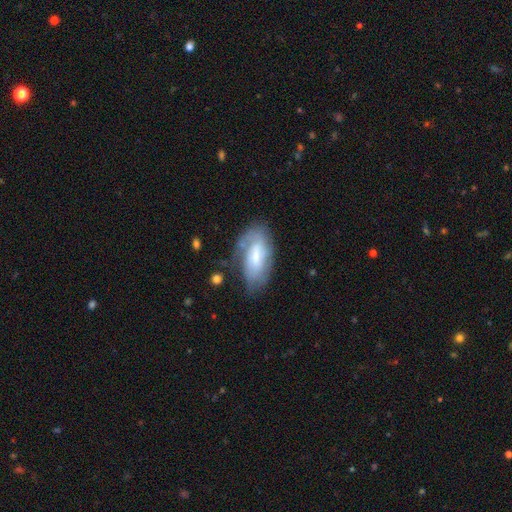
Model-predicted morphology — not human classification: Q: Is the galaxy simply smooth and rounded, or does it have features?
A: featured or disk — 53%.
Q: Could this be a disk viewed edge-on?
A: no — 90%.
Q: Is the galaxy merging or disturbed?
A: none — 61%.